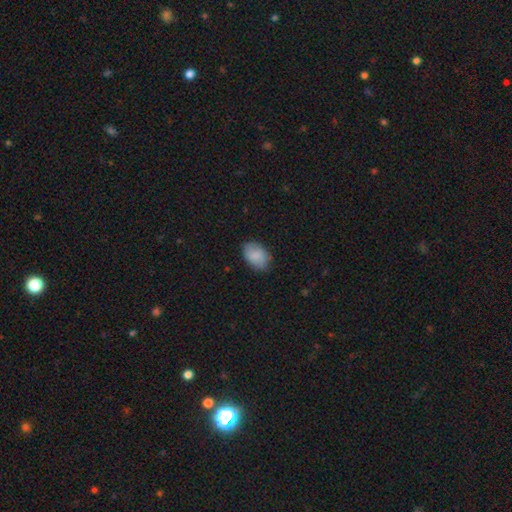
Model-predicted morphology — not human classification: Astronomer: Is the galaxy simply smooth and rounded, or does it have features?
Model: smooth — 86%.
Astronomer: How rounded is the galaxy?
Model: in between — 84%.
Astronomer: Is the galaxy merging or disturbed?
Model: none — 77%.